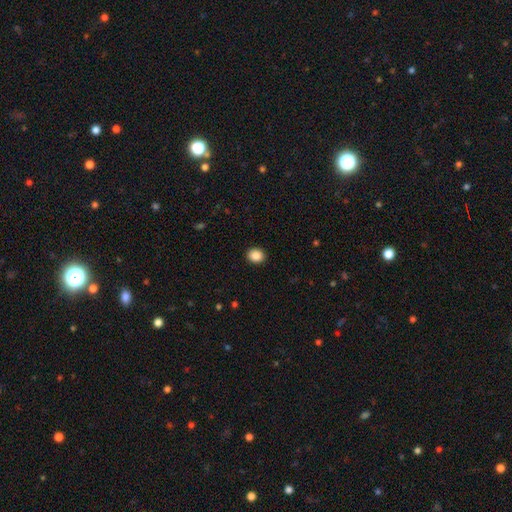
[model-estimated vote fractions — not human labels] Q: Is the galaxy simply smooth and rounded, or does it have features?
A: smooth — 88%.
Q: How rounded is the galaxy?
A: round — 63%.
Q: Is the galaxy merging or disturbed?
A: none — 91%.